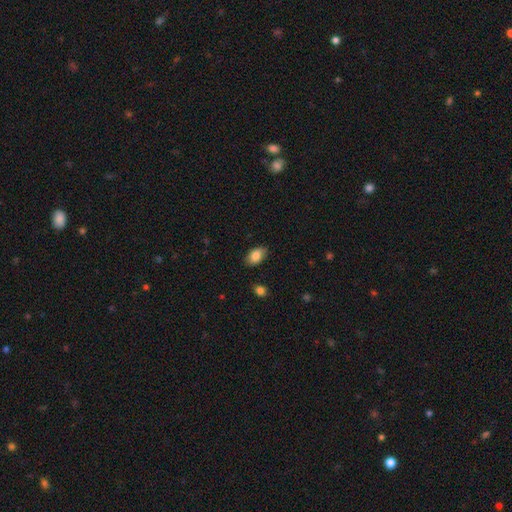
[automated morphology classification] Smooth or featured: smooth — 85% (featured or disk — 8%)
How rounded: in between — 91% (round — 8%)
Merging: none — 85% (minor disturbance — 12%)